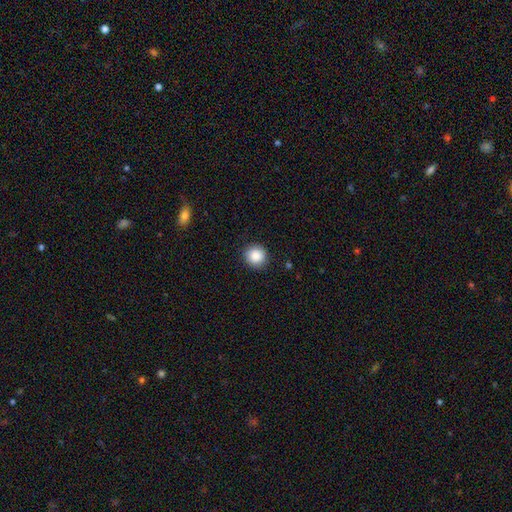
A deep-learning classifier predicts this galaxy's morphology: Smooth or featured: smooth — 88% (star or artifact — 8%)
How rounded: round — 92% (in between — 7%)
Merging: none — 89% (minor disturbance — 8%)